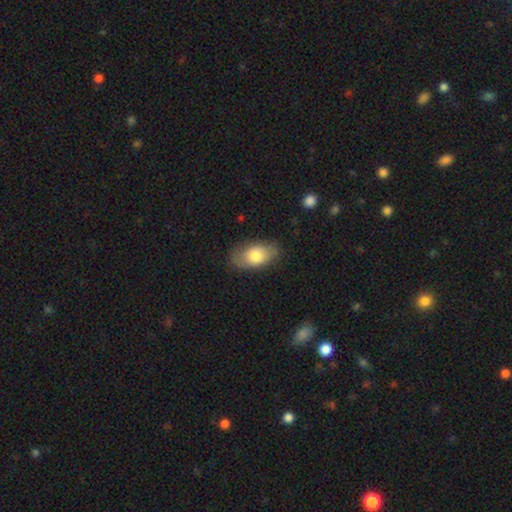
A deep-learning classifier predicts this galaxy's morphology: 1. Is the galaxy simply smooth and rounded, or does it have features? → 77% smooth, 17% featured or disk, 6% star or artifact.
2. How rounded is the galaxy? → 91% in between, 6% round, 3% cigar-shaped.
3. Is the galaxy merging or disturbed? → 77% none, 17% minor disturbance, 4% major disturbance, 1% merger.